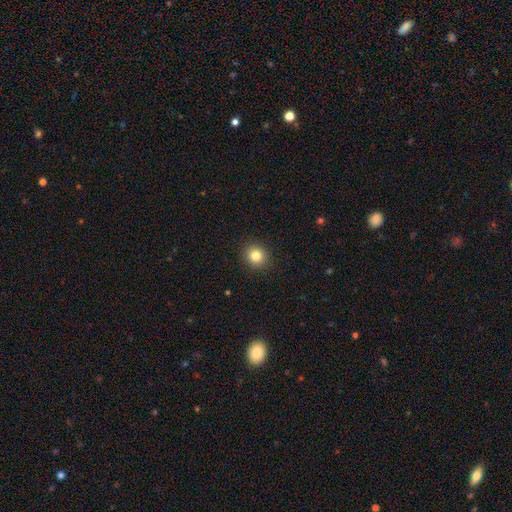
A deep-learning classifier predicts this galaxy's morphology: type=smooth (82%); roundness=round (88%); merging=none (91%).